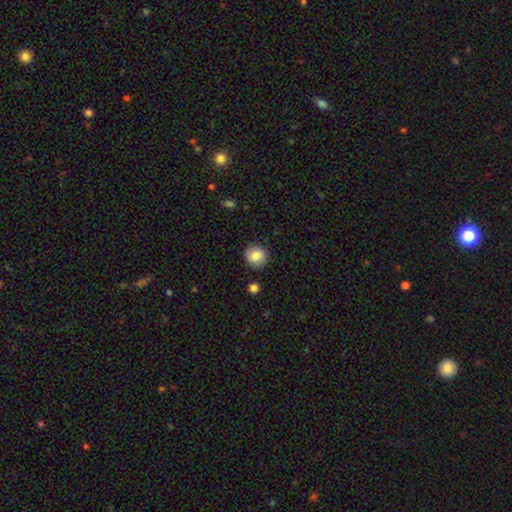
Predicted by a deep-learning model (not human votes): Smooth or featured?
  - smooth: 85% *
  - star or artifact: 9%
  - featured or disk: 6%
How rounded?
  - round: 89% *
  - in between: 10%
  - cigar-shaped: 1%
Merging?
  - none: 88% *
  - minor disturbance: 8%
  - major disturbance: 2%
  - merger: 2%